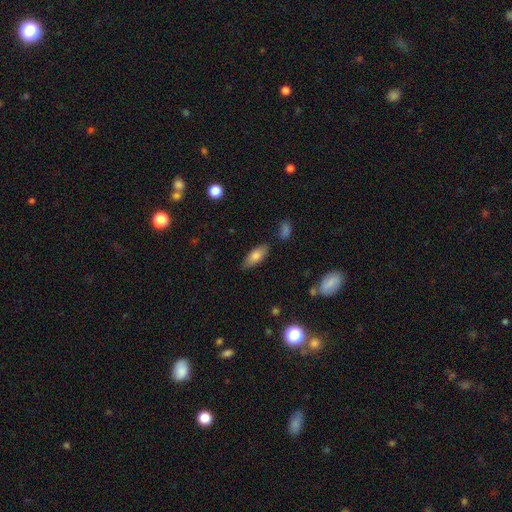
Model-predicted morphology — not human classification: The model was most divided on "how rounded": in between: 77%, cigar-shaped: 20%, round: 2%. More confident: merging — none (81%); smooth or featured — smooth (77%).